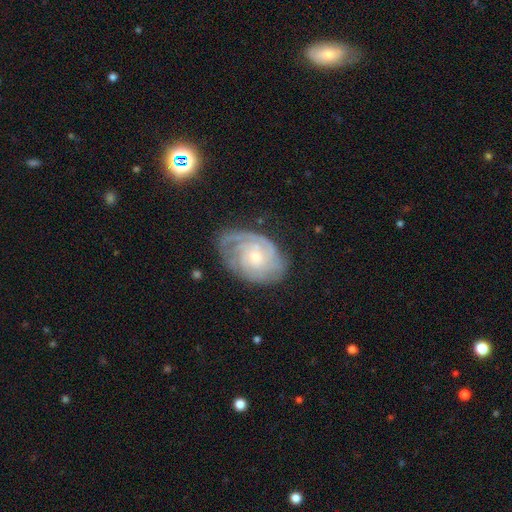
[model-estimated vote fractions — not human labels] The model was most divided on "spiral arm count": can't tell: 34%, 3: 23%, 2: 22%, 4: 9%, 1: 6%, more than 4: 5%. More confident: edge-on disk — no (97%); spiral arms — yes (96%); smooth or featured — featured or disk (83%); bar — no (75%); spiral winding — tight (71%); merging — none (66%); bulge size — small (62%).